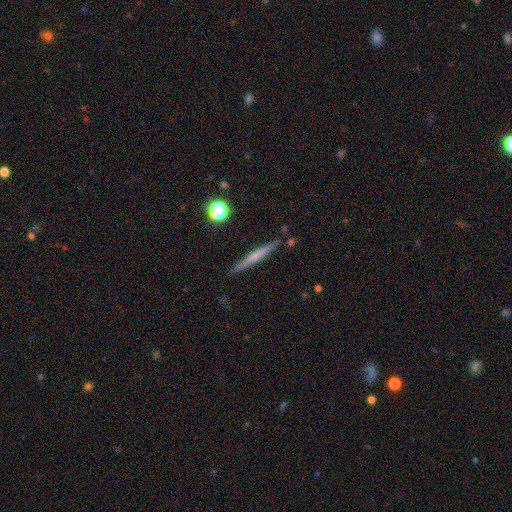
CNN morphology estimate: Overall: smooth (47%; featured or disk 46%). Merging: none (88%).